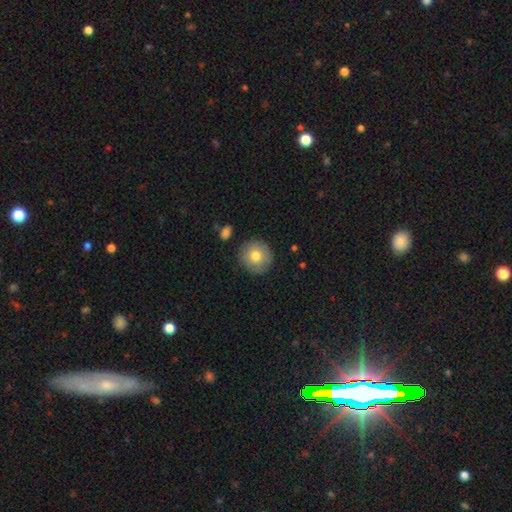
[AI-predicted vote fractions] Smooth or featured?
  - smooth: 77% *
  - featured or disk: 15%
  - star or artifact: 8%
How rounded?
  - round: 94% *
  - in between: 5%
  - cigar-shaped: 1%
Merging?
  - none: 86% *
  - minor disturbance: 9%
  - major disturbance: 2%
  - merger: 2%